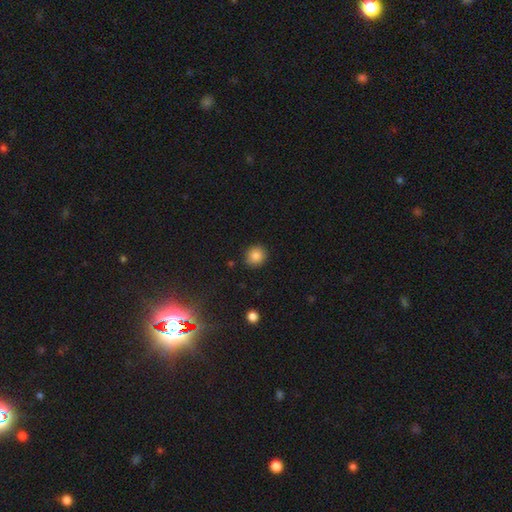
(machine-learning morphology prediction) Smooth or featured: smooth — 84% (star or artifact — 11%)
How rounded: round — 85% (in between — 14%)
Merging: none — 90% (minor disturbance — 7%)